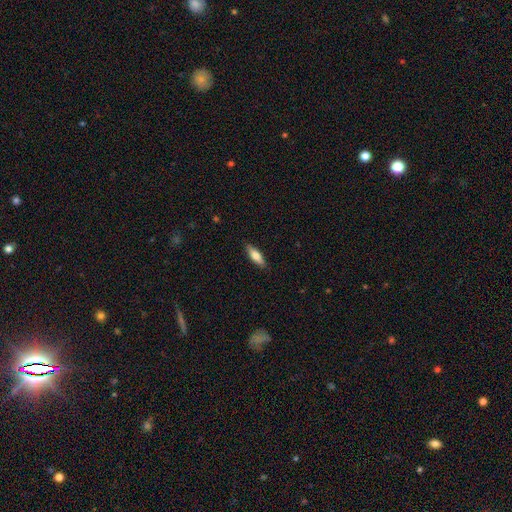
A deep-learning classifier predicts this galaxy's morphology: smooth-or-featured: smooth: 69% | featured or disk: 25% | star or artifact: 6%
  how-rounded: in between: 51% | cigar-shaped: 46% | round: 2%
  merging: none: 88% | minor disturbance: 9% | major disturbance: 2% | merger: 1%